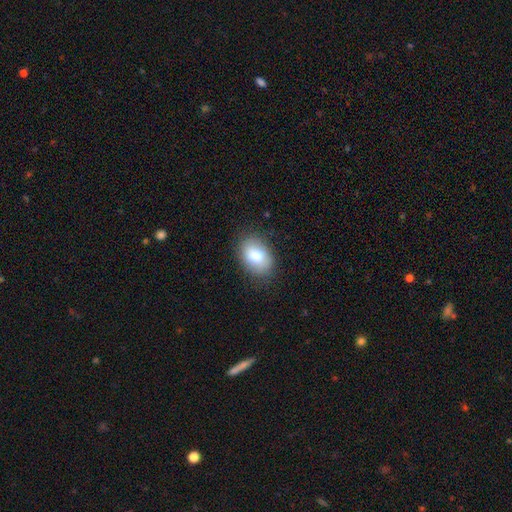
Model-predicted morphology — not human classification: Q: Smooth or featured?
A: smooth (79%); runner-up: featured or disk (13%)
Q: How rounded?
A: in between (85%); runner-up: round (14%)
Q: Merging?
A: none (83%); runner-up: minor disturbance (13%)